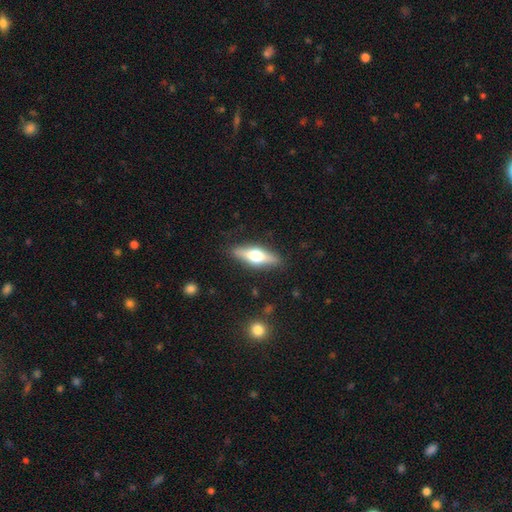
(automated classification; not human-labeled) The model was most divided on "smooth or featured": featured or disk: 54%, smooth: 40%, star or artifact: 6%. More confident: edge-on disk — yes (92%); merging — none (88%).